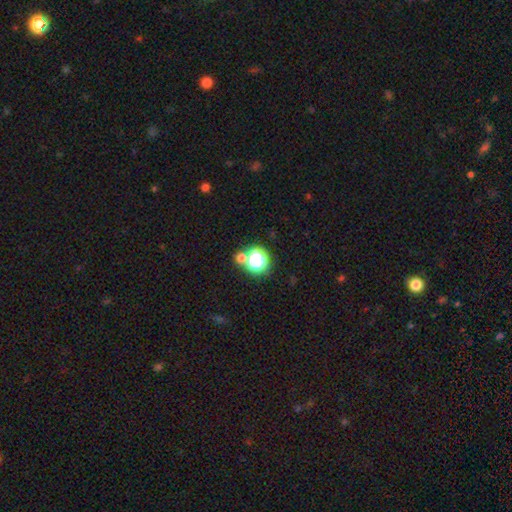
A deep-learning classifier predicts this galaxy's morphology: A smooth galaxy with no disk features (64%) that is round (84%). Merging: none (60%).